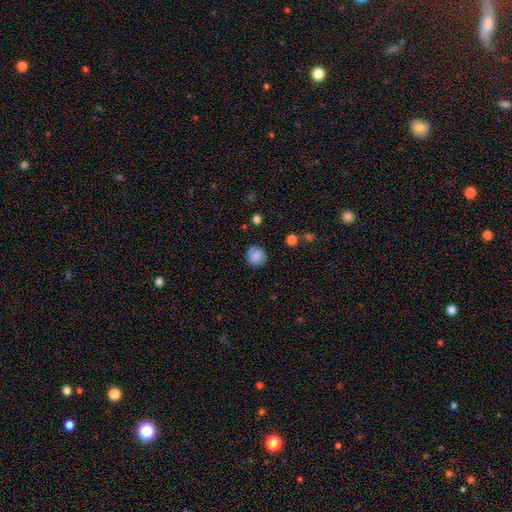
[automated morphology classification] Q: Smooth or featured?
A: smooth (84%); runner-up: star or artifact (9%)
Q: How rounded?
A: round (88%); runner-up: in between (11%)
Q: Merging?
A: none (82%); runner-up: minor disturbance (13%)